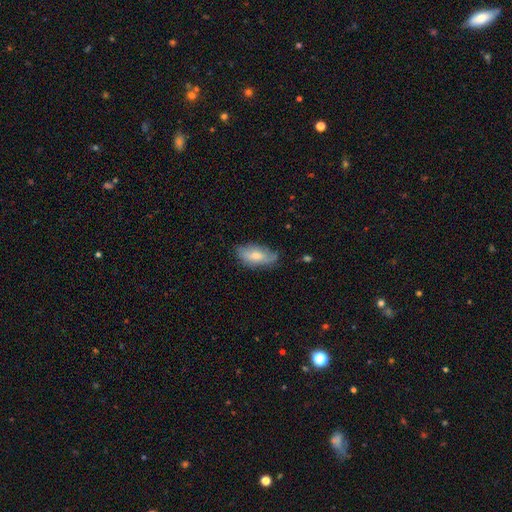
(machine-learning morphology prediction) Smooth or featured? smooth (63%)
How rounded? in between (86%)
Merging? none (63%)